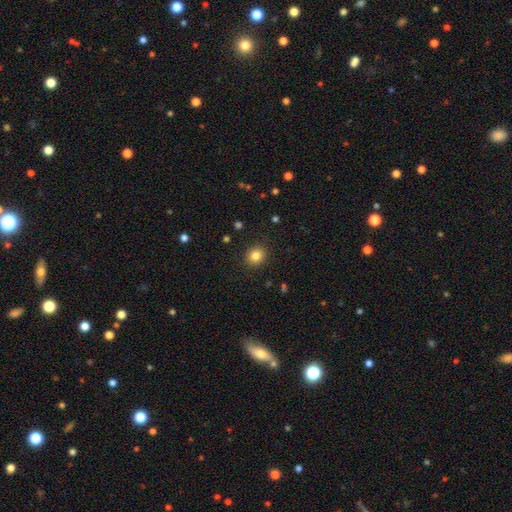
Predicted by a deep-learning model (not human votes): A smooth galaxy with no disk features (83%) that is round (76%).

Vote fractions:
- Smooth or featured? smooth: 83% / star or artifact: 11% / featured or disk: 5%
- How rounded? round: 76% / in between: 23% / cigar-shaped: 1%
- Merging? none: 90% / minor disturbance: 7% / major disturbance: 2% / merger: 1%